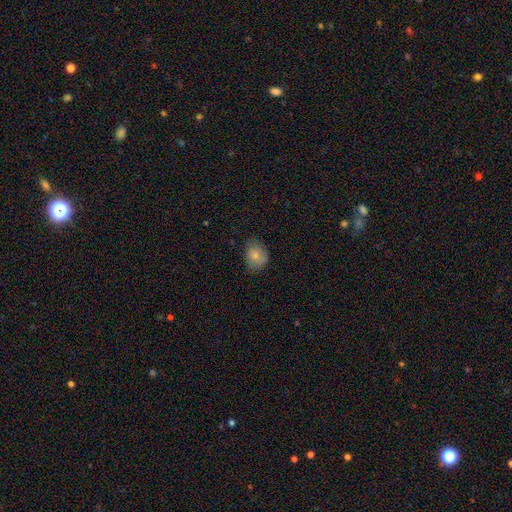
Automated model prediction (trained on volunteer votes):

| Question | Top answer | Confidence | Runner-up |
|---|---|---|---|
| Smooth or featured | smooth | 80% | featured or disk (11%) |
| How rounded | round | 53% | in between (46%) |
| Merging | none | 69% | minor disturbance (24%) |